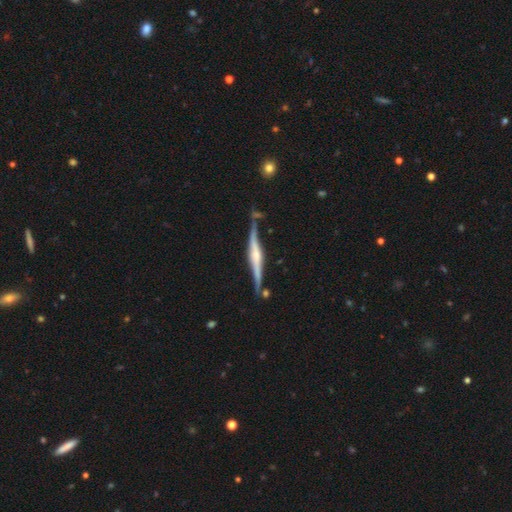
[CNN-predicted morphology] Smooth or featured?
  - featured or disk: 80% *
  - smooth: 14%
  - star or artifact: 5%
Edge-on disk?
  - yes: 97% *
  - no: 3%
Edge-on bulge?
  - rounded: 66% *
  - boxy: 23%
  - none: 11%
Merging?
  - none: 73% *
  - minor disturbance: 16%
  - merger: 6%
  - major disturbance: 4%